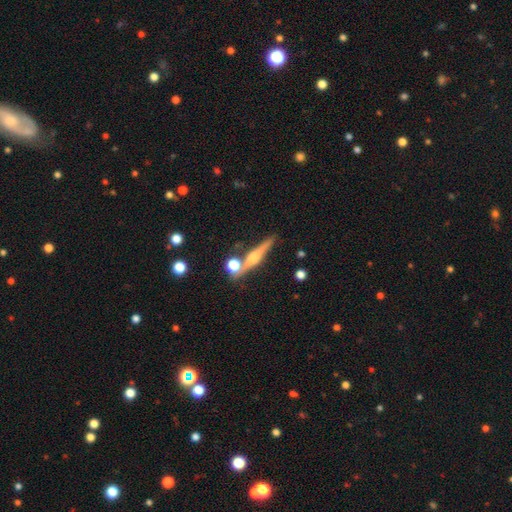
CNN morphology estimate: This is likely a featured or disk galaxy (65%). It is clearly viewed edge-on (95%). Edge-on bulge: clearly rounded (85%). Merging: likely none (73%).